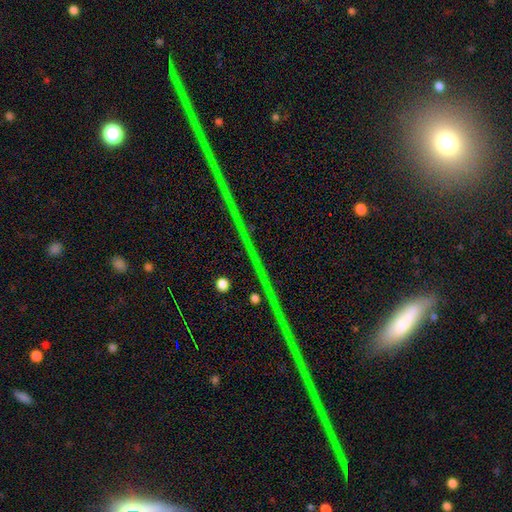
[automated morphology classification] Smooth or featured? star or artifact (73%)